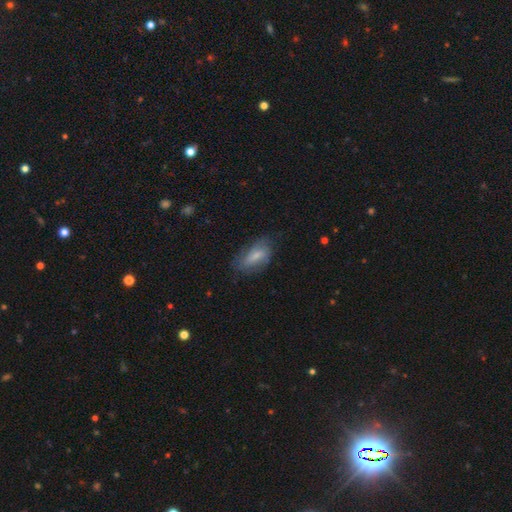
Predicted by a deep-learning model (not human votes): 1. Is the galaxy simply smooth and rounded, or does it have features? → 63% smooth, 30% featured or disk, 7% star or artifact.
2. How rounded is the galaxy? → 83% in between, 13% cigar-shaped, 4% round.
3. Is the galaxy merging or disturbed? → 65% none, 25% minor disturbance, 9% major disturbance, 2% merger.